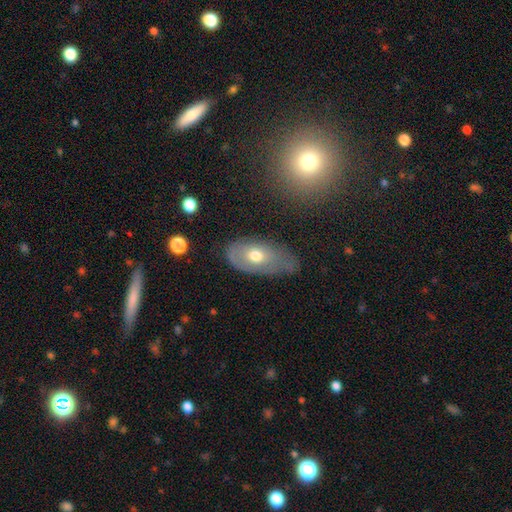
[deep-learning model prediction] The model was most divided on "merging": none: 47%, minor disturbance: 35%, major disturbance: 16%, merger: 3%. More confident: how rounded — in between (90%); smooth or featured — smooth (55%).